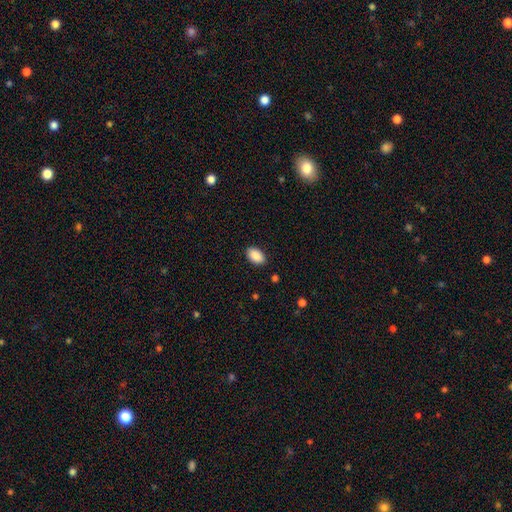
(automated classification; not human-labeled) This is clearly a smooth galaxy (90%). How rounded: clearly in between (93%). Merging: clearly none (88%).